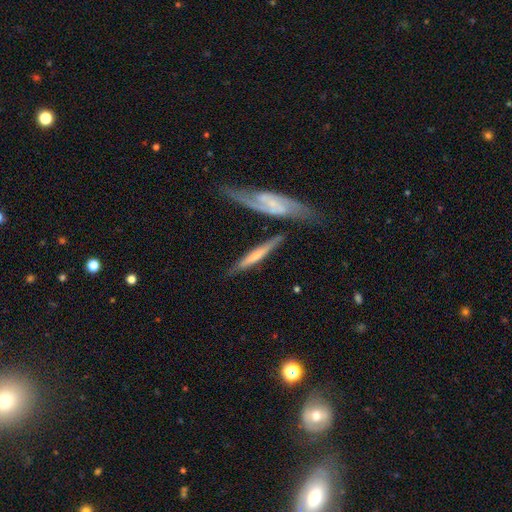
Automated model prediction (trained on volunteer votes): Q: Smooth or featured?
A: featured or disk (59%); runner-up: smooth (36%)
Q: Edge-on disk?
A: yes (82%); runner-up: no (18%)
Q: Merging?
A: none (69%); runner-up: minor disturbance (16%)